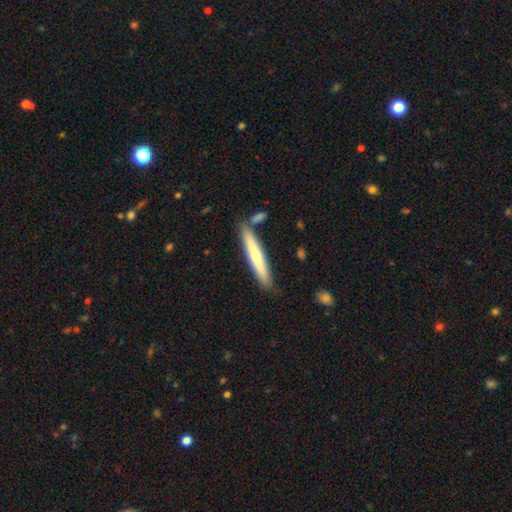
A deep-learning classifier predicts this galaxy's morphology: Smooth or featured? smooth (59%)
How rounded? cigar-shaped (93%)
Merging? none (80%)